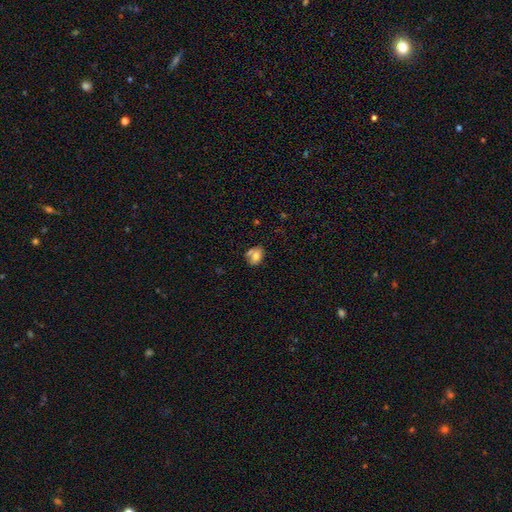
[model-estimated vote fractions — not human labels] smooth-or-featured: smooth: 71% | featured or disk: 19% | star or artifact: 11%
  how-rounded: in between: 71% | round: 27% | cigar-shaped: 2%
  merging: none: 55% | minor disturbance: 21% | merger: 17% | major disturbance: 6%